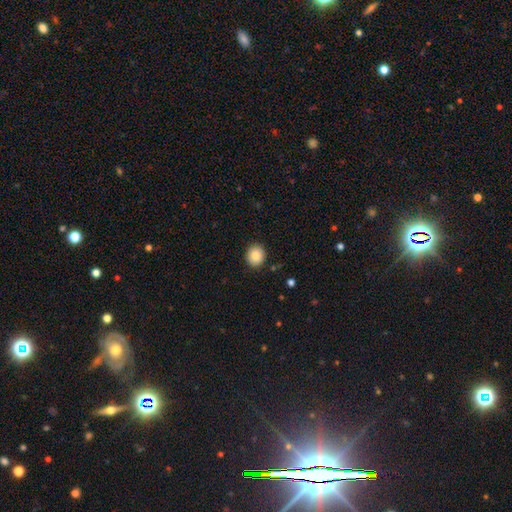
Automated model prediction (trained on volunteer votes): smooth-or-featured: smooth: 87% | star or artifact: 8% | featured or disk: 5%
  how-rounded: round: 77% | in between: 22% | cigar-shaped: 1%
  merging: none: 90% | minor disturbance: 7% | major disturbance: 2% | merger: 1%